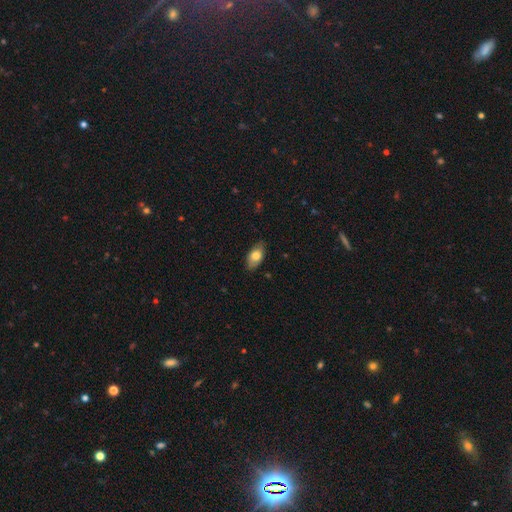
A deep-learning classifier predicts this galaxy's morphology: Smooth or featured: smooth — 77% (featured or disk — 17%)
How rounded: in between — 91% (round — 5%)
Merging: none — 80% (minor disturbance — 17%)